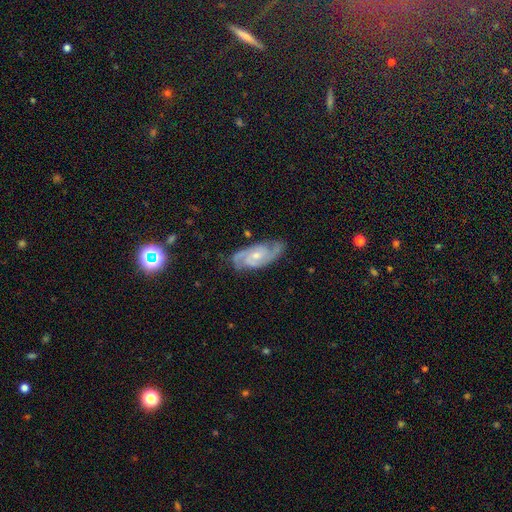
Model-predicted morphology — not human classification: The model was most divided on "spiral winding": tight: 52%, medium: 41%, loose: 7%. More confident: spiral arms — yes (98%); edge-on disk — no (96%); smooth or featured — featured or disk (87%); merging — none (81%); spiral arm count — 2 (76%); bar — no (61%); bulge size — small (60%).